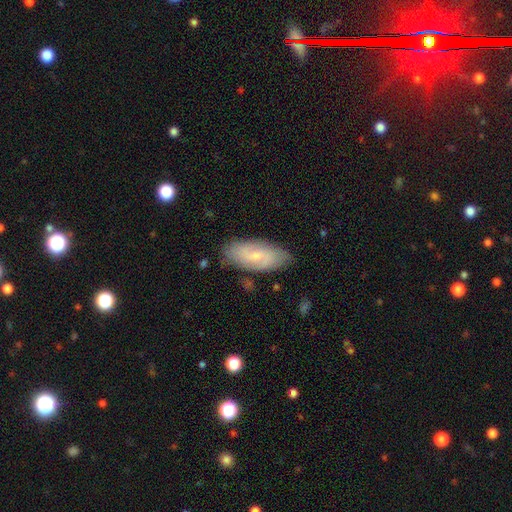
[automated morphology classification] A featured or disk galaxy (52%). Merging: none (80%).